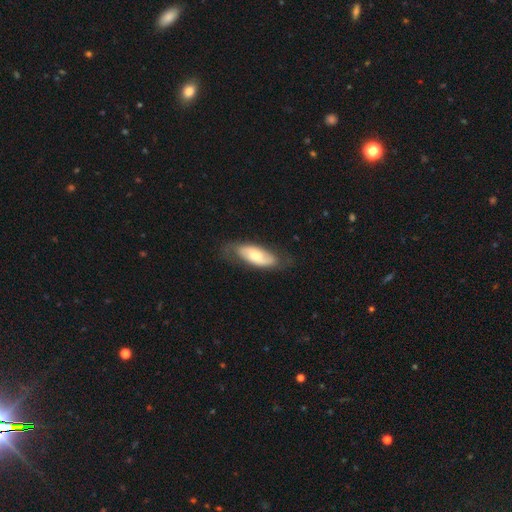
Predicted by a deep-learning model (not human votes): This appears to be a smooth galaxy with no disk features (50%) that is in between round and cigar-shaped (81%). Merging: none (69%).